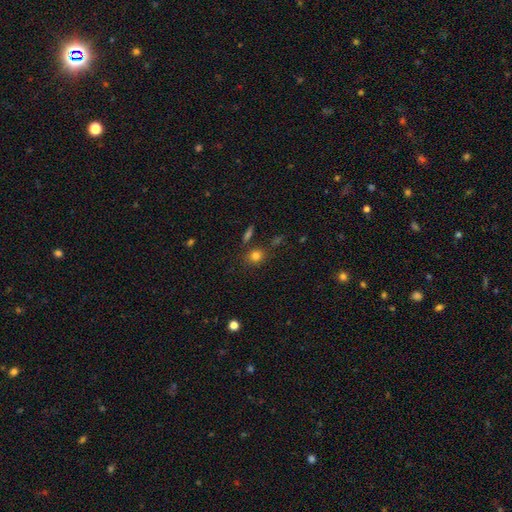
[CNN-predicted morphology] smooth 80%, star or artifact 13%, featured or disk 8%. Down the decision tree: how rounded — round (68%); merging — none (77%).